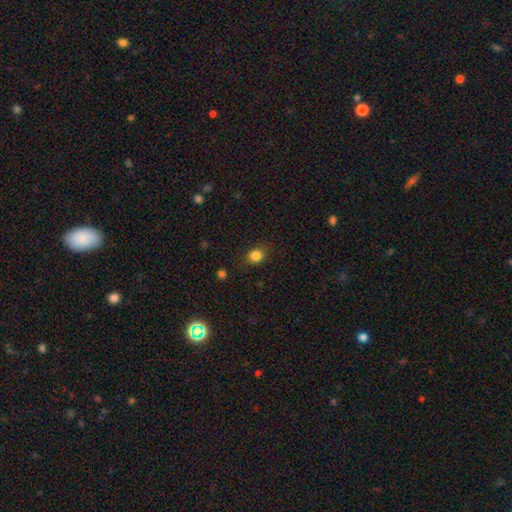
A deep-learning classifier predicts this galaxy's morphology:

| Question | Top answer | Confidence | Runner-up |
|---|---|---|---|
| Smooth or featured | smooth | 84% | star or artifact (12%) |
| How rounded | round | 67% | in between (32%) |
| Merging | none | 83% | minor disturbance (12%) |